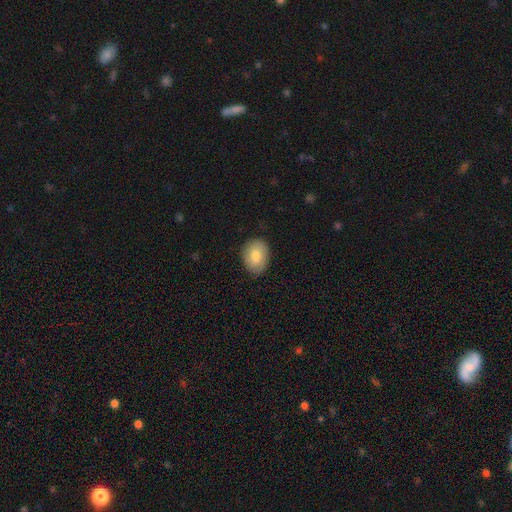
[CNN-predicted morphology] smooth_or_featured: smooth (p=0.80) [alt: featured or disk p=0.13]
how_rounded: in between (p=0.69) [alt: round p=0.31]
merging: none (p=0.84) [alt: minor disturbance p=0.13]